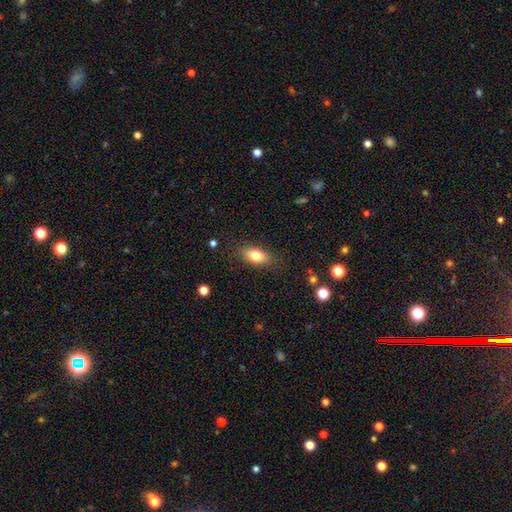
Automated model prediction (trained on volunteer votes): smooth 77%, featured or disk 15%, star or artifact 8%. Down the decision tree: how rounded — in between (82%); merging — none (83%).